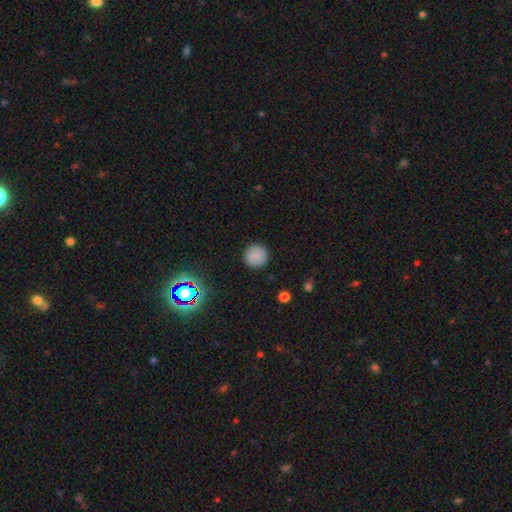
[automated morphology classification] smooth 84%, star or artifact 10%, featured or disk 5%. Down the decision tree: how rounded — round (95%); merging — none (91%).